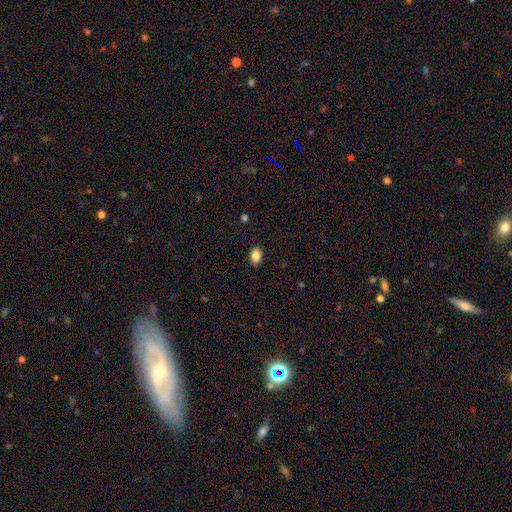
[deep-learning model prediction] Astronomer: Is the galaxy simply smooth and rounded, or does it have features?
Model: smooth — 86%.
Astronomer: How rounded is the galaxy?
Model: in between — 74%.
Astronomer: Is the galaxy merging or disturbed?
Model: none — 88%.